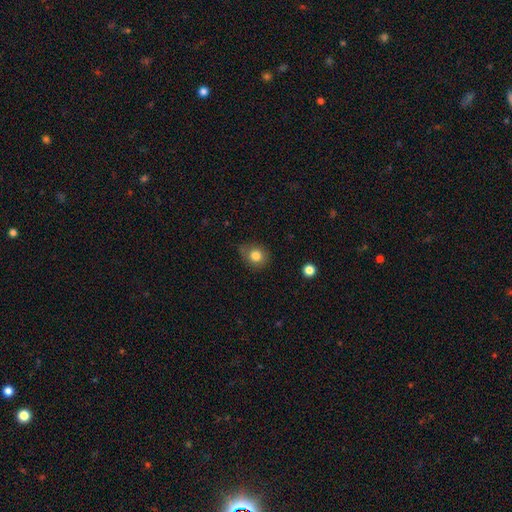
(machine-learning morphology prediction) Q: Smooth or featured?
A: smooth (82%); runner-up: star or artifact (10%)
Q: How rounded?
A: round (78%); runner-up: in between (21%)
Q: Merging?
A: none (66%); runner-up: minor disturbance (26%)